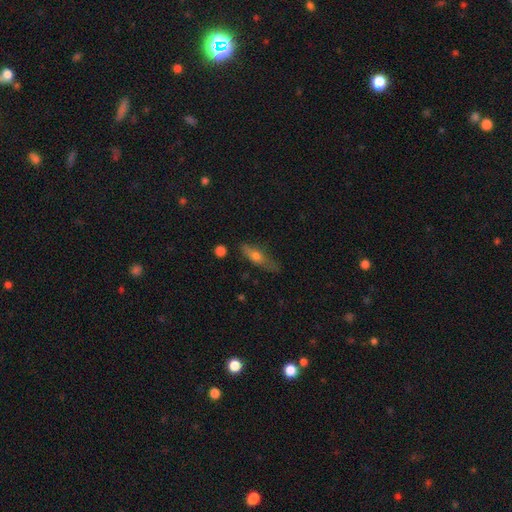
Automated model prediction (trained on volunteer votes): Smooth or featured: smooth — 47% (featured or disk — 44%)
Merging: none — 71% (minor disturbance — 21%)